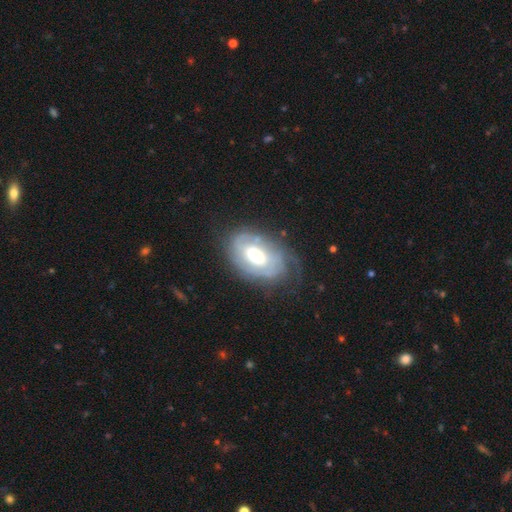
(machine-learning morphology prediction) Smooth or featured? featured or disk (78%)
Edge-on disk? no (96%)
Bar? no (54%)
Spiral arms? yes (87%)
Spiral winding? tight (67%)
Spiral arm count? can't tell (42%)
Bulge size? moderate (64%)
Merging? none (64%)